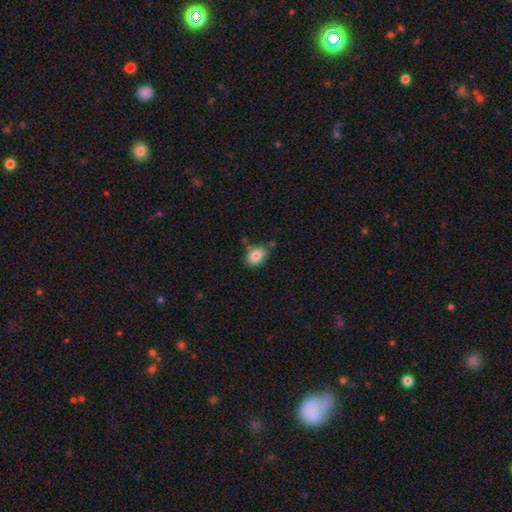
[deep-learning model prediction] smooth_or_featured: smooth (p=0.84) [alt: star or artifact p=0.08]
how_rounded: in between (p=0.82) [alt: round p=0.17]
merging: none (p=0.69) [alt: minor disturbance p=0.19]